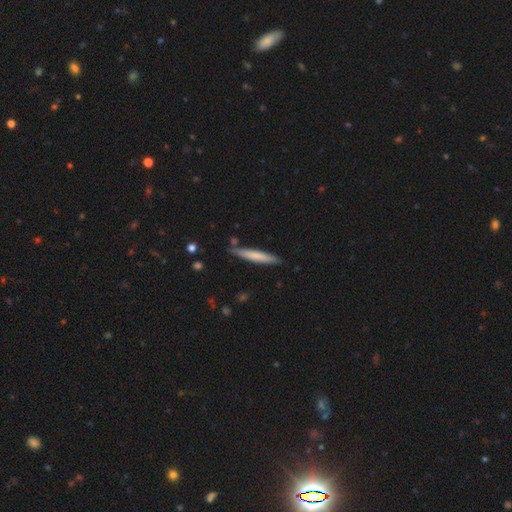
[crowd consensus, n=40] Smooth or featured? smooth (72%)
How rounded? cigar-shaped (93%)
Merging? none (87%)